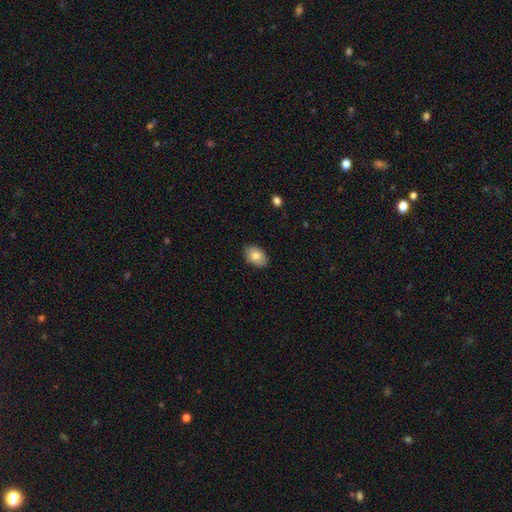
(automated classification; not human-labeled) Smooth or featured? smooth (82%)
How rounded? in between (87%)
Merging? none (87%)